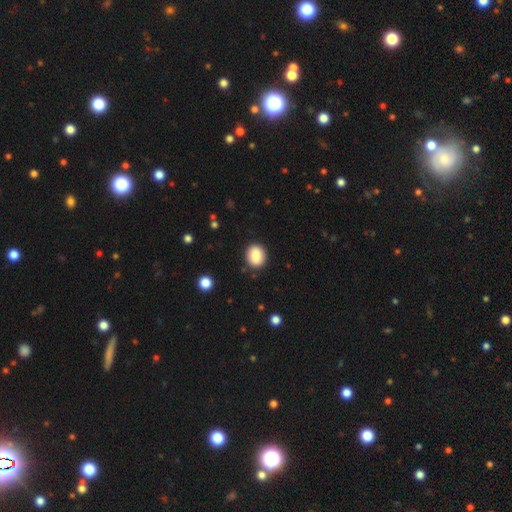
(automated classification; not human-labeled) Morphology: type=smooth (85%); roundness=round (58%); merging=none (88%).